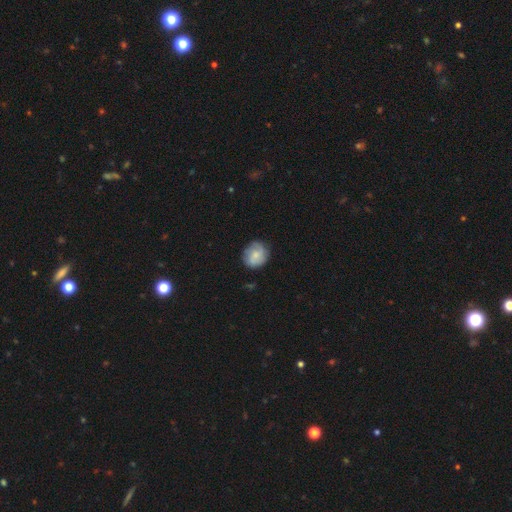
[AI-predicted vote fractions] smooth_or_featured: smooth (p=0.71) [alt: featured or disk p=0.22]
how_rounded: round (p=0.83) [alt: in between p=0.16]
merging: none (p=0.79) [alt: minor disturbance p=0.16]